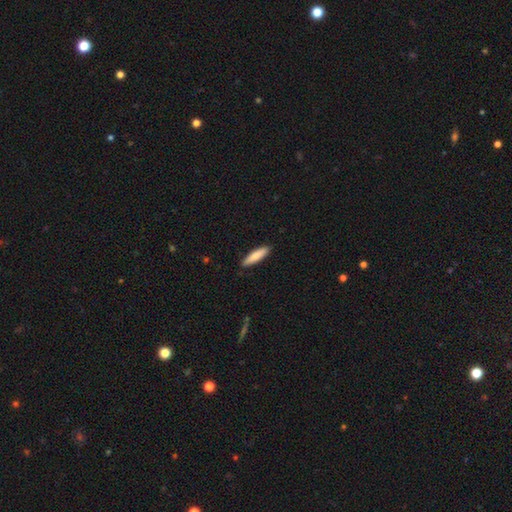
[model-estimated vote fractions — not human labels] smooth 80%, featured or disk 15%, star or artifact 5%. Down the decision tree: how rounded — cigar-shaped (72%); merging — none (89%).